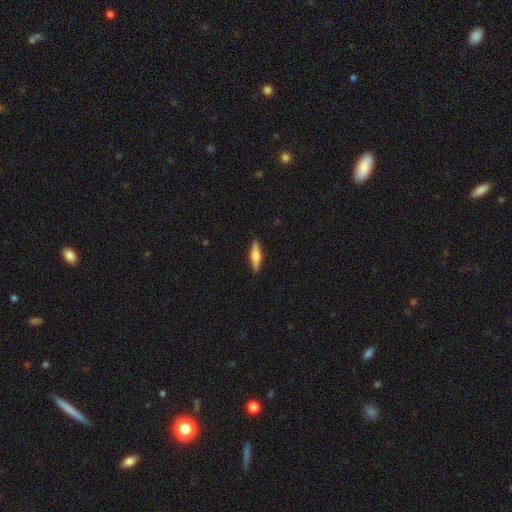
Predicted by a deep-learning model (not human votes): smooth 57%, featured or disk 38%, star or artifact 6%. Down the decision tree: how rounded — cigar-shaped (71%); merging — none (89%).